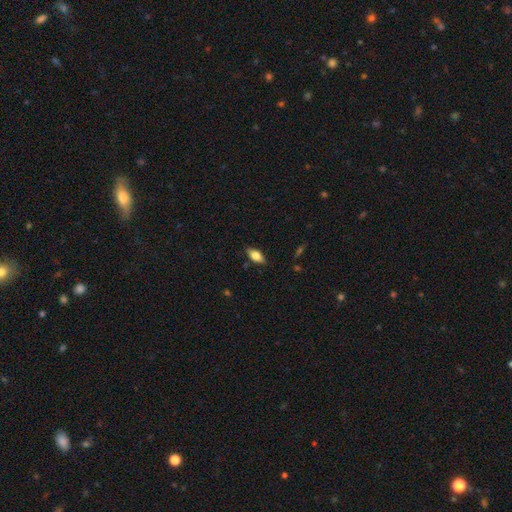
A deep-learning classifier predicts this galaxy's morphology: Smooth or featured?
  - smooth: 71% *
  - featured or disk: 21%
  - star or artifact: 7%
How rounded?
  - in between: 85% *
  - cigar-shaped: 12%
  - round: 3%
Merging?
  - none: 84% *
  - minor disturbance: 12%
  - major disturbance: 2%
  - merger: 1%